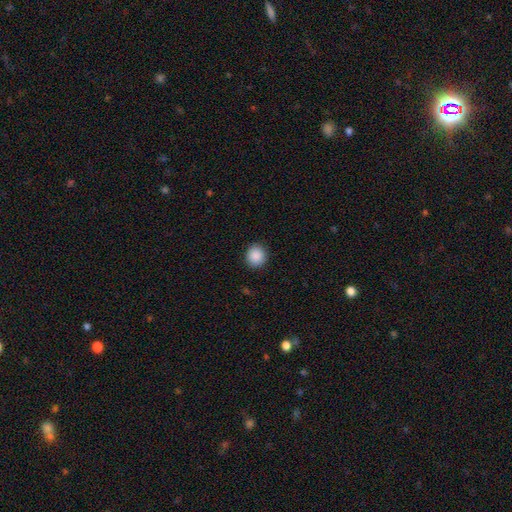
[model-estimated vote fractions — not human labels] Morphology: type=smooth (89%); roundness=round (88%); merging=none (91%).